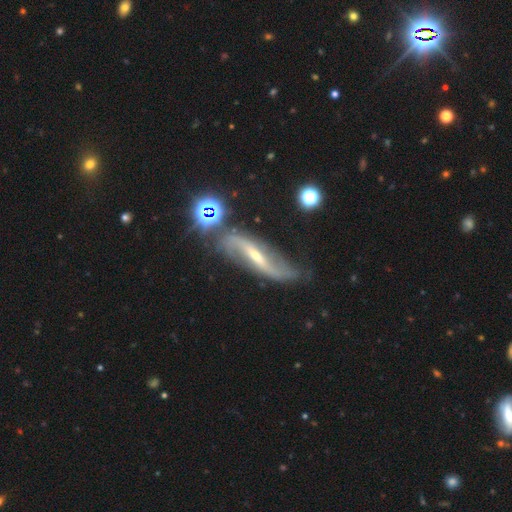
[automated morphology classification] Smooth or featured? Predicted: featured or disk (p=0.85). Edge-on disk? Predicted: no (p=0.77). Bar? Predicted: strong (p=0.45). Spiral arms? Predicted: yes (p=0.93). Spiral winding? Predicted: loose (p=0.66). Spiral arm count? Predicted: 2 (p=0.89). Bulge size? Predicted: small (p=0.61). Merging? Predicted: none (p=0.65).